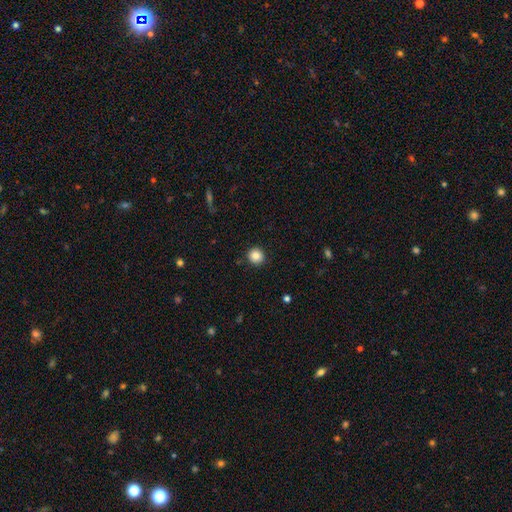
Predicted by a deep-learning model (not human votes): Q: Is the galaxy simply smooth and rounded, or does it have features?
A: smooth — 85%.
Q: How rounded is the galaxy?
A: round — 92%.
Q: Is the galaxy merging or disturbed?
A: none — 91%.